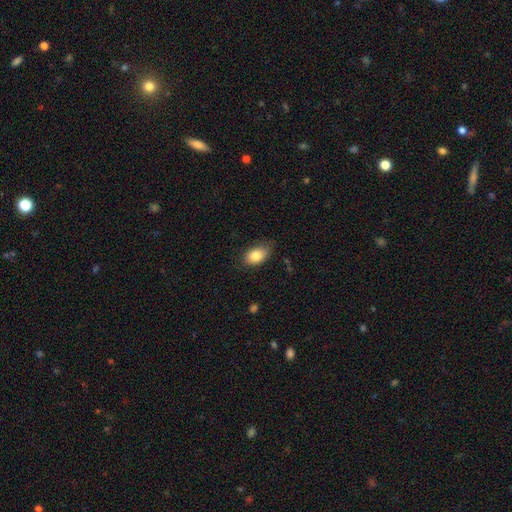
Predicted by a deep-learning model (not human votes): A smooth galaxy with no disk features (84%) that is in between round and cigar-shaped (90%). Merging: none (72%).